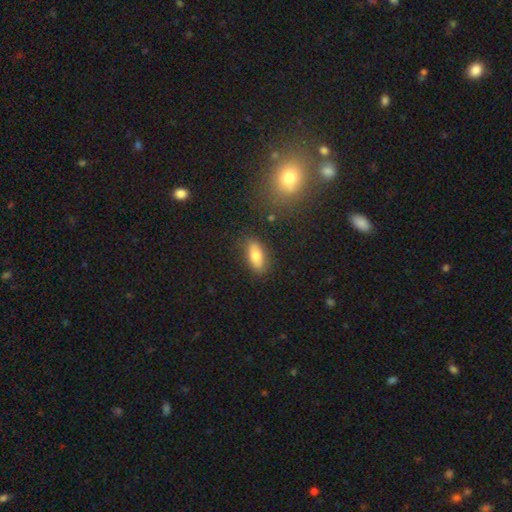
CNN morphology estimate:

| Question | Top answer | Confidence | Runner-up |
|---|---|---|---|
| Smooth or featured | smooth | 74% | featured or disk (17%) |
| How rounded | in between | 84% | cigar-shaped (12%) |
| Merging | none | 84% | minor disturbance (11%) |